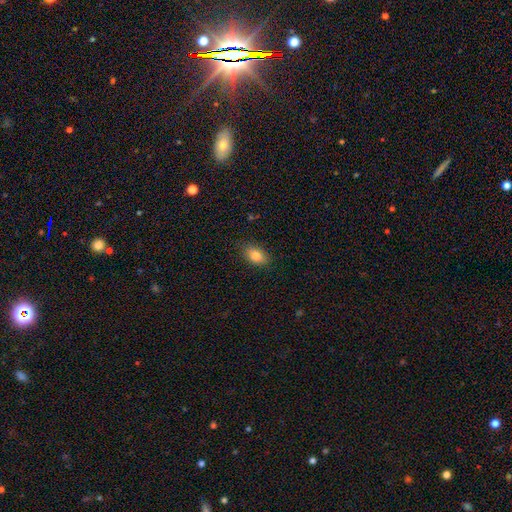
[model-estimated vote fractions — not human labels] Overall: smooth (83%). How rounded: in between (85%). Merging: none (85%).